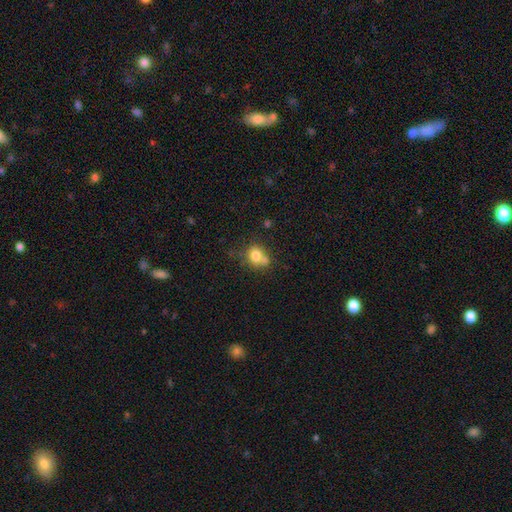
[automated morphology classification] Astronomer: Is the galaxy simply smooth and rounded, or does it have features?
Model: smooth — 76%.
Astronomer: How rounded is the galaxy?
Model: round — 75%.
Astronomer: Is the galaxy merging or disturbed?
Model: none — 47% (runner-up: merger, 35%).